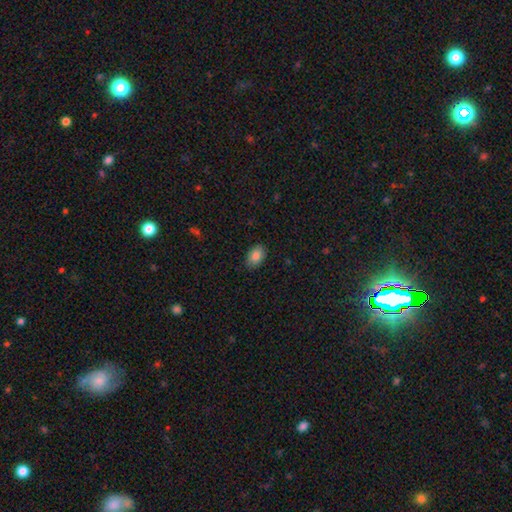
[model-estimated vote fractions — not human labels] A smooth galaxy with no disk features (85%) that is in between round and cigar-shaped (88%).

Vote fractions:
- Smooth or featured? smooth: 85% / star or artifact: 8% / featured or disk: 7%
- How rounded? in between: 88% / round: 11% / cigar-shaped: 1%
- Merging? none: 87% / minor disturbance: 11% / major disturbance: 2% / merger: 1%